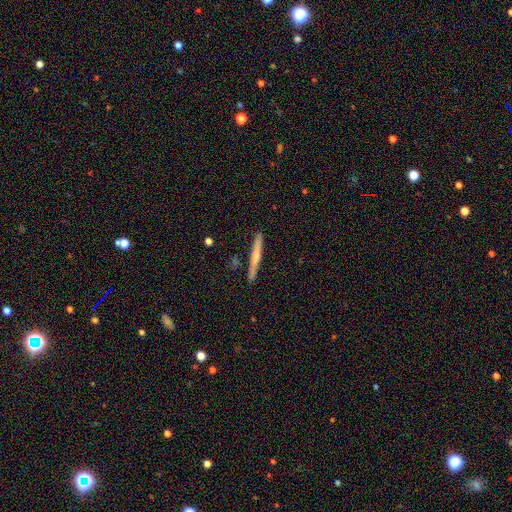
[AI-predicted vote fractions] This appears to be a featured or disk galaxy (47%, tied with smooth). Merging: none (88%).